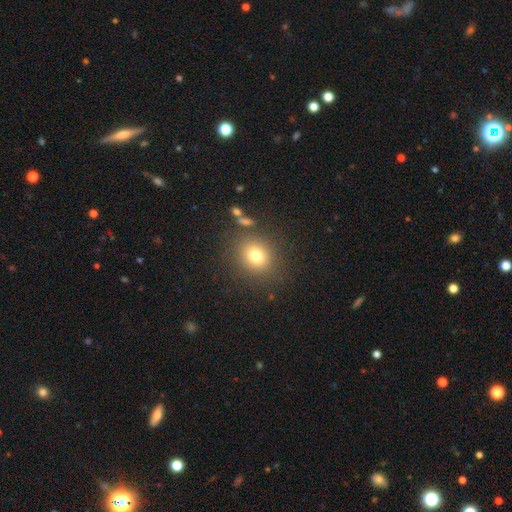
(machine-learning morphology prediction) A smooth galaxy with no disk features (76%) that is round (77%). Merging: none (83%).